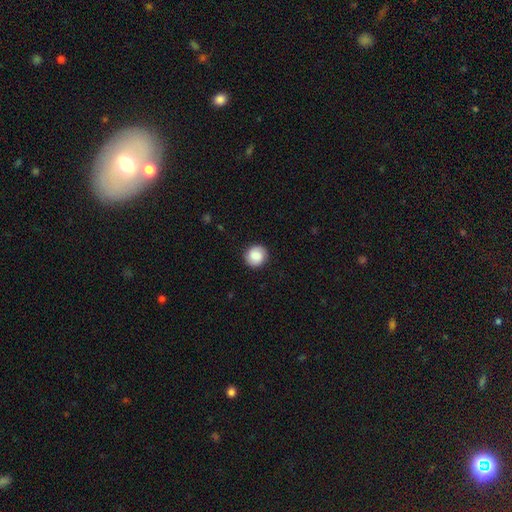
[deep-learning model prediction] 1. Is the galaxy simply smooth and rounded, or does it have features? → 79% smooth, 14% featured or disk, 8% star or artifact.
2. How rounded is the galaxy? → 88% round, 11% in between, 1% cigar-shaped.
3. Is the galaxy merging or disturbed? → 89% none, 8% minor disturbance, 2% major disturbance, 1% merger.